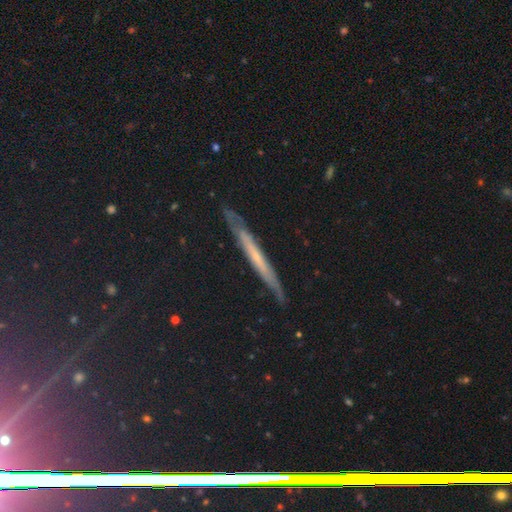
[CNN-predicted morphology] A featured or disk galaxy (49%).

Vote fractions:
- Smooth or featured? featured or disk: 49% / star or artifact: 27% / smooth: 24%
- Merging? none: 83% / minor disturbance: 13% / major disturbance: 2% / merger: 2%